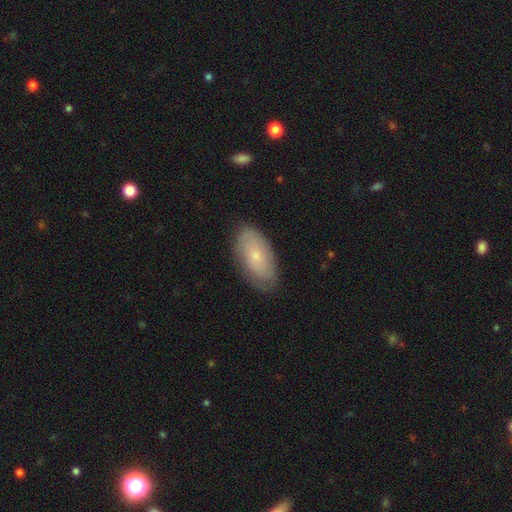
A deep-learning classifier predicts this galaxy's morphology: Q: Smooth or featured?
A: smooth (61%); runner-up: featured or disk (32%)
Q: How rounded?
A: in between (93%); runner-up: cigar-shaped (4%)
Q: Merging?
A: none (81%); runner-up: minor disturbance (15%)